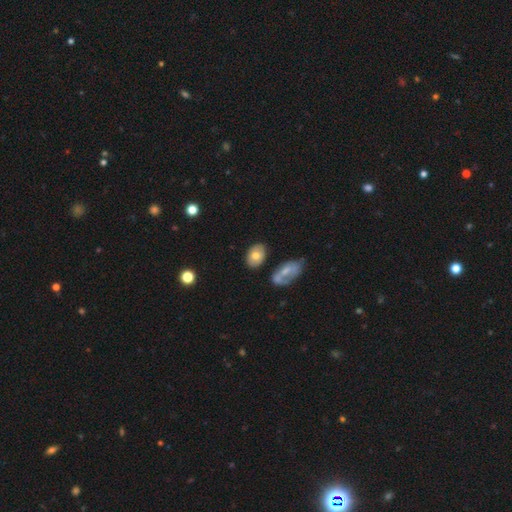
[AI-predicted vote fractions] Smooth or featured? smooth (70%)
How rounded? in between (84%)
Merging? none (77%)